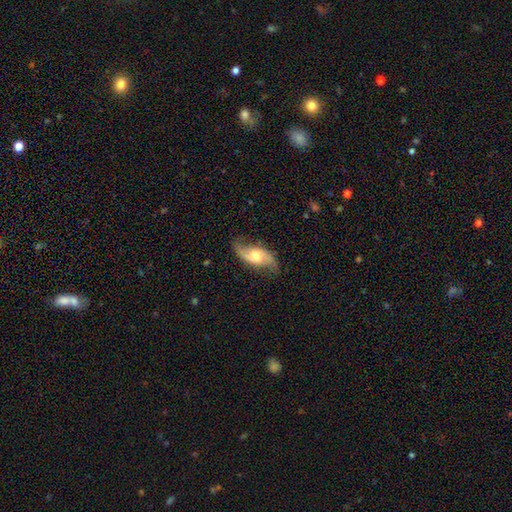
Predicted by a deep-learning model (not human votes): A featured or disk galaxy (83%) with no bar (50%), 2 (92%) loose (65%) spiral arms (95%) and a moderate central bulge (67%).

Vote fractions:
- Smooth or featured? featured or disk: 83% / smooth: 12% / star or artifact: 5%
- Edge-on disk? no: 94% / yes: 6%
- Bar? no: 50% / weak: 40% / strong: 10%
- Spiral arms? yes: 95% / no: 5%
- Spiral winding? loose: 65% / medium: 28% / tight: 8%
- Spiral arm count? 2: 92% / can't tell: 3% / 1: 2% / 3: 1% / 4: 1% / more than 4: 1%
- Bulge size? moderate: 67% / small: 21% / large: 9% / none: 2% / dominant: 1%
- Merging? none: 77% / minor disturbance: 16% / major disturbance: 6% / merger: 1%